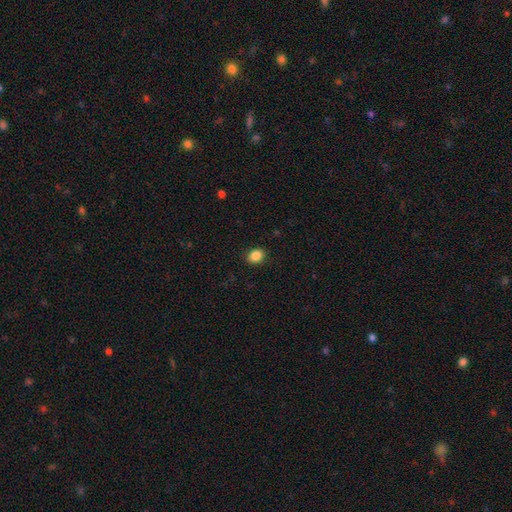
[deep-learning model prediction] smooth 86%, star or artifact 10%, featured or disk 4%. Down the decision tree: how rounded — in between (52%); merging — none (88%).